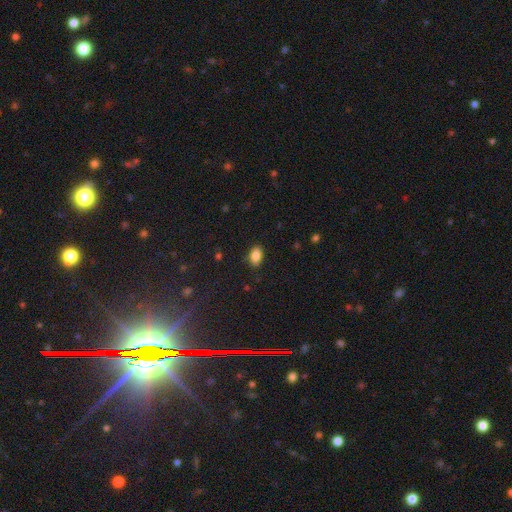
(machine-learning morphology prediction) A smooth galaxy with no disk features (86%) that is in between round and cigar-shaped (88%). Merging: none (85%).